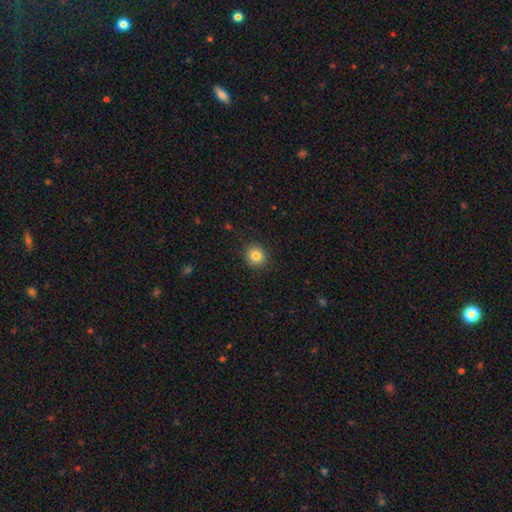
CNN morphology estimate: smooth_or_featured: smooth (p=0.83) [alt: star or artifact p=0.11]
how_rounded: round (p=0.85) [alt: in between p=0.14]
merging: none (p=0.89) [alt: minor disturbance p=0.08]